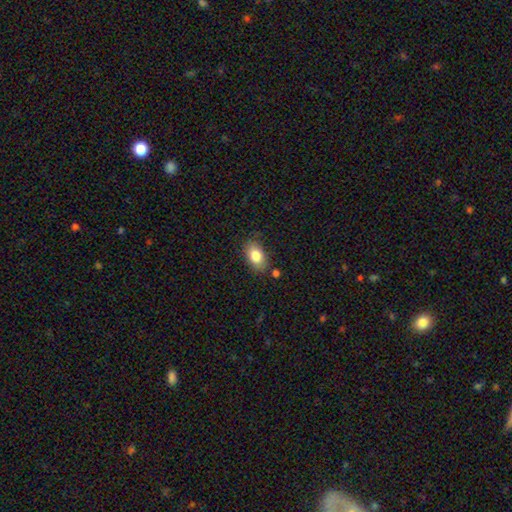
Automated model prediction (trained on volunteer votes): Q: Smooth or featured?
A: smooth (82%); runner-up: featured or disk (10%)
Q: How rounded?
A: in between (87%); runner-up: round (11%)
Q: Merging?
A: none (81%); runner-up: minor disturbance (13%)